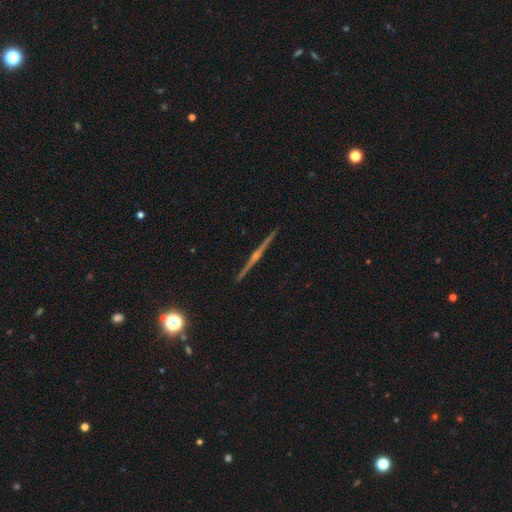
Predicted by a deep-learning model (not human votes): Overall: featured or disk (86%). Edge-on disk: yes (99%). Edge-on bulge: rounded (84%). Merging: none (94%).